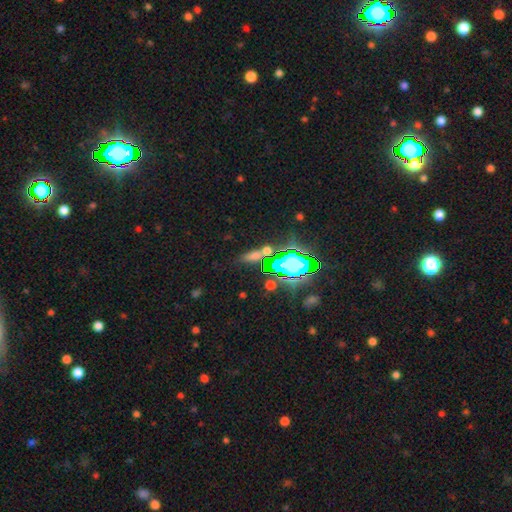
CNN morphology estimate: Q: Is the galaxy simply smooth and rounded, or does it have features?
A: smooth — 44%.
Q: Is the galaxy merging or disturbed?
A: none — 72%.